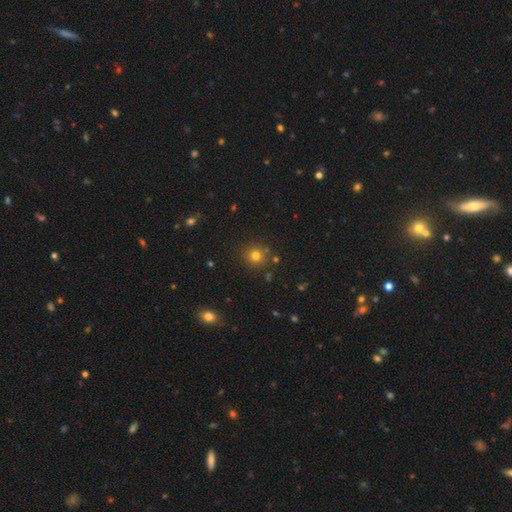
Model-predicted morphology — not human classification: Q: Smooth or featured?
A: smooth (76%); runner-up: star or artifact (17%)
Q: How rounded?
A: round (91%); runner-up: in between (8%)
Q: Merging?
A: none (84%); runner-up: minor disturbance (8%)